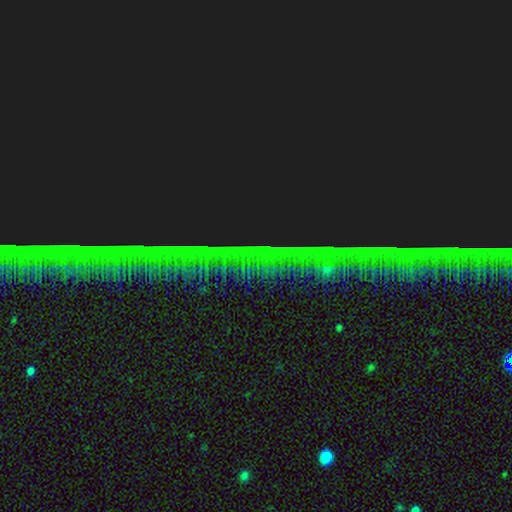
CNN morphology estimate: Smooth or featured? Predicted: star or artifact (p=0.88).